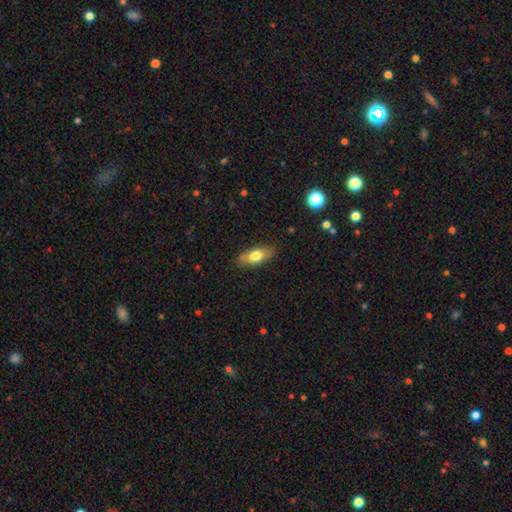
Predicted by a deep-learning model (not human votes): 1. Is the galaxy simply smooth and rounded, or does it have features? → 69% smooth, 24% featured or disk, 7% star or artifact.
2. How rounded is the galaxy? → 78% in between, 17% cigar-shaped, 4% round.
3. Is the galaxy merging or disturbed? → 80% none, 15% minor disturbance, 3% major disturbance, 2% merger.